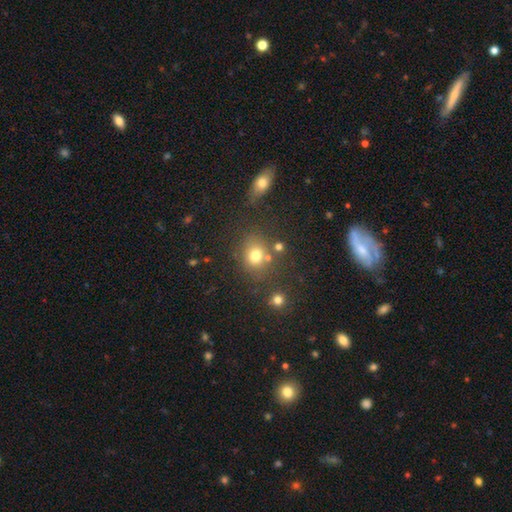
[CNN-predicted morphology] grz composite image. It shows a smooth galaxy with no disk features (73%) that is round (68%). Merging: none (70%).